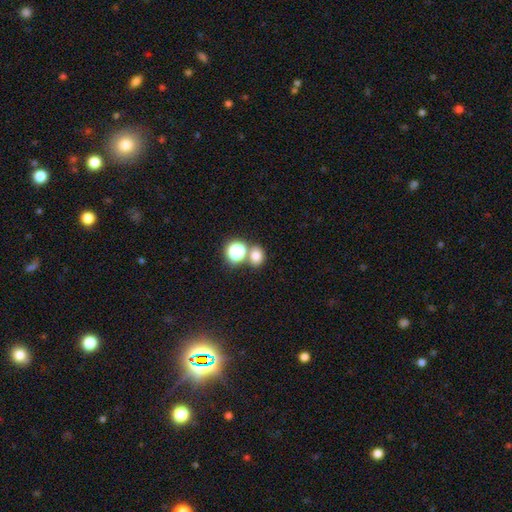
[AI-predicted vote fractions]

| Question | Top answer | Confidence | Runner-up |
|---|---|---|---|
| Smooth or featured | smooth | 75% | star or artifact (18%) |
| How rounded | round | 60% | in between (39%) |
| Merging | none | 62% | merger (27%) |